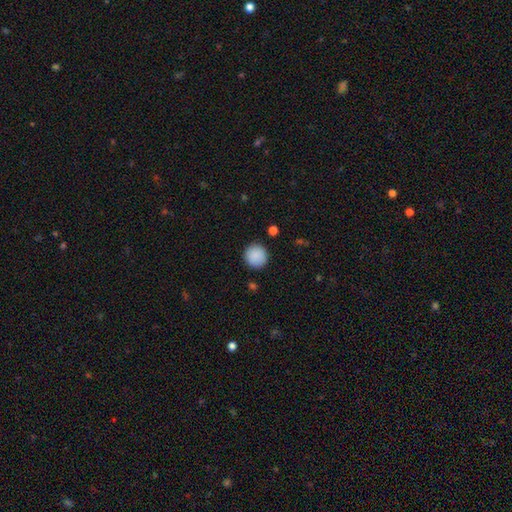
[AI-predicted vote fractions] Smooth or featured?
  - smooth: 89% *
  - star or artifact: 8%
  - featured or disk: 3%
How rounded?
  - round: 94% *
  - in between: 5%
  - cigar-shaped: 1%
Merging?
  - none: 91% *
  - minor disturbance: 6%
  - major disturbance: 2%
  - merger: 1%